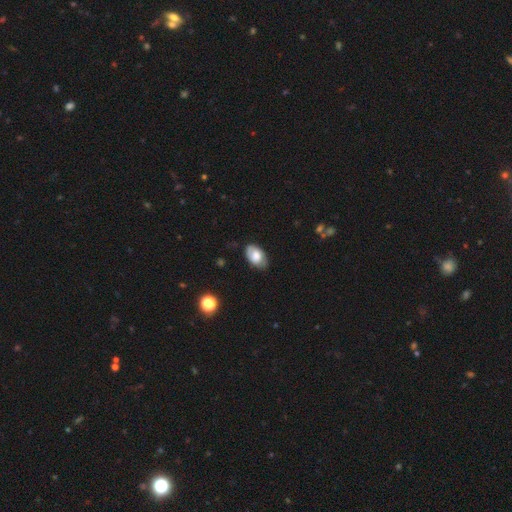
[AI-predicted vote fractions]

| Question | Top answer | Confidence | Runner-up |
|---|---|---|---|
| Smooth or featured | smooth | 70% | featured or disk (22%) |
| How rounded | in between | 91% | round (7%) |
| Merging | none | 73% | minor disturbance (22%) |